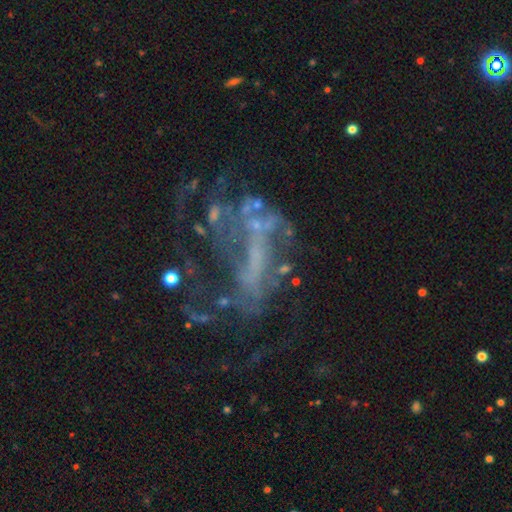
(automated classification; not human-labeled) smooth_or_featured: featured or disk (p=0.58) [alt: smooth p=0.22]
disk_edge_on: no (p=0.92) [alt: yes p=0.08]
bar: no (p=0.64) [alt: weak p=0.22]
has_spiral_arms: no (p=0.57) [alt: yes p=0.43]
bulge_size: none (p=0.56) [alt: small p=0.29]
merging: none (p=0.38) [alt: major disturbance p=0.29]